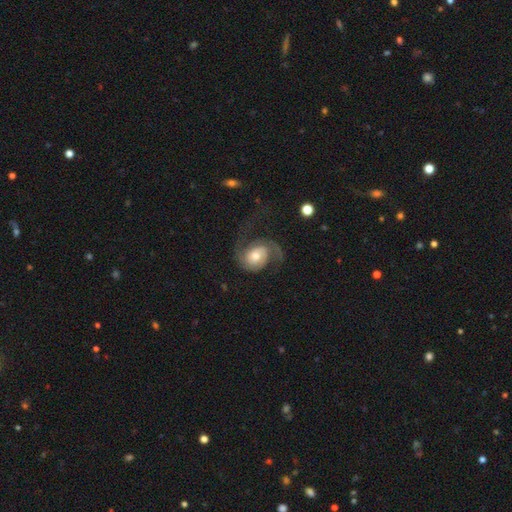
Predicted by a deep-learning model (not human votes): This is clearly a featured or disk galaxy (81%). It is clearly not viewed edge-on (98%). Bar: likely no (66%). Spiral arm pattern: clearly yes (96%). Spiral arm count: likely 2 (79%). Spiral winding: marginally medium (43%). Central bulge: likely moderate (61%). Merging: possibly none (53%).